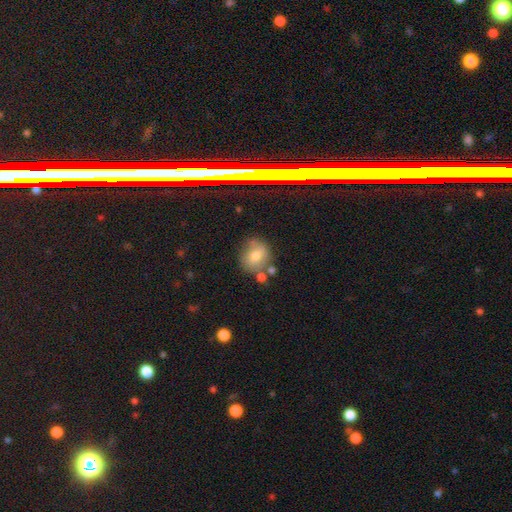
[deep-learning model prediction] Smooth or featured?
  - smooth: 64% *
  - featured or disk: 19%
  - star or artifact: 17%
How rounded?
  - round: 72% *
  - in between: 27%
  - cigar-shaped: 1%
Merging?
  - none: 68% *
  - minor disturbance: 16%
  - merger: 11%
  - major disturbance: 5%